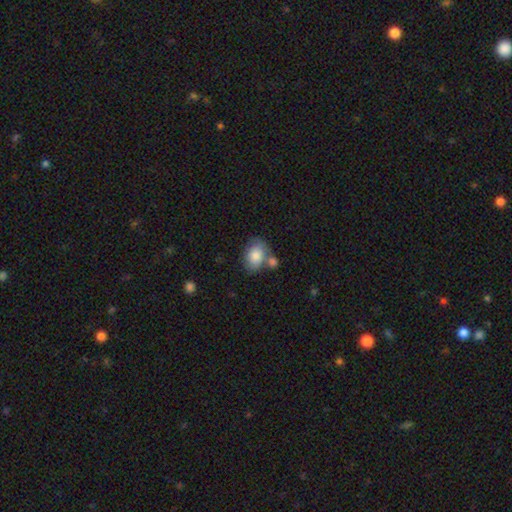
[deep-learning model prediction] A smooth galaxy with no disk features (82%) that is in between round and cigar-shaped (73%). Merging: none (49%).